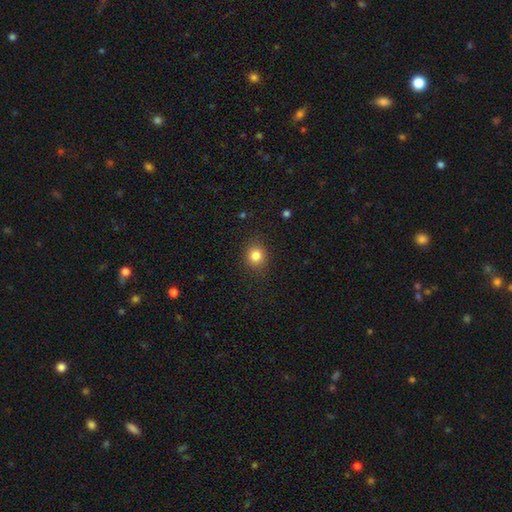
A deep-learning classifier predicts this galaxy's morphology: Q: Smooth or featured?
A: smooth (82%); runner-up: star or artifact (12%)
Q: How rounded?
A: round (84%); runner-up: in between (15%)
Q: Merging?
A: none (88%); runner-up: minor disturbance (8%)